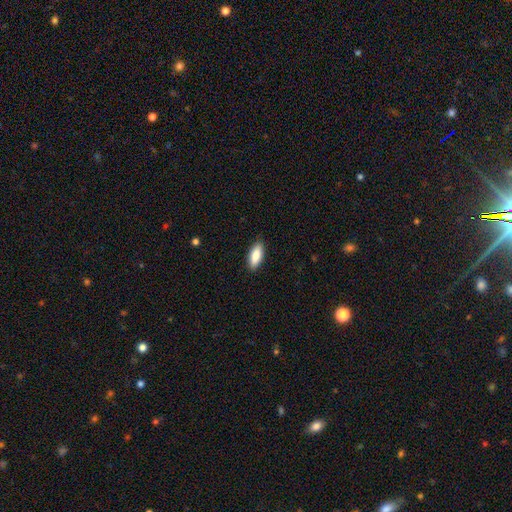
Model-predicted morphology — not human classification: The model was most divided on "how rounded": in between: 79%, cigar-shaped: 19%, round: 2%. More confident: merging — none (88%); smooth or featured — smooth (87%).